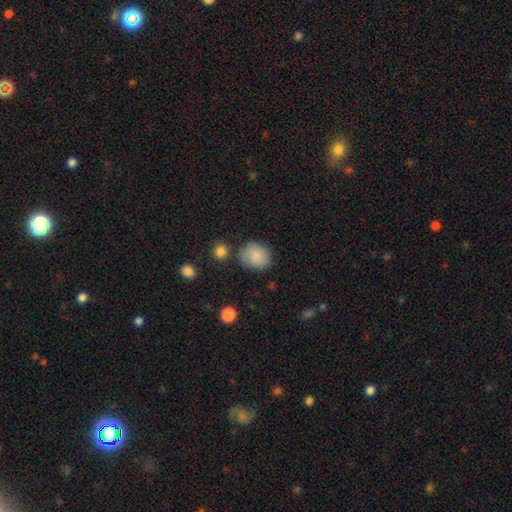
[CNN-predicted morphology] The model was most divided on "how rounded": round: 71%, in between: 28%, cigar-shaped: 1%. More confident: smooth or featured — smooth (86%); merging — none (74%).